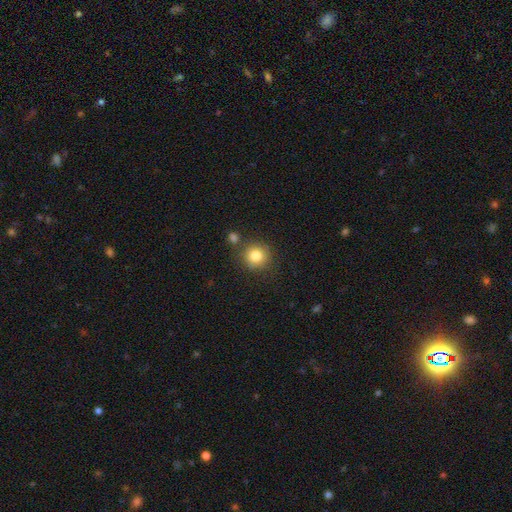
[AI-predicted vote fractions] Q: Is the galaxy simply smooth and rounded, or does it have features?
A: smooth — 83%.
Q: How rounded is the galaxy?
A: round — 91%.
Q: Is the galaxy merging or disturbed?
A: none — 77%.